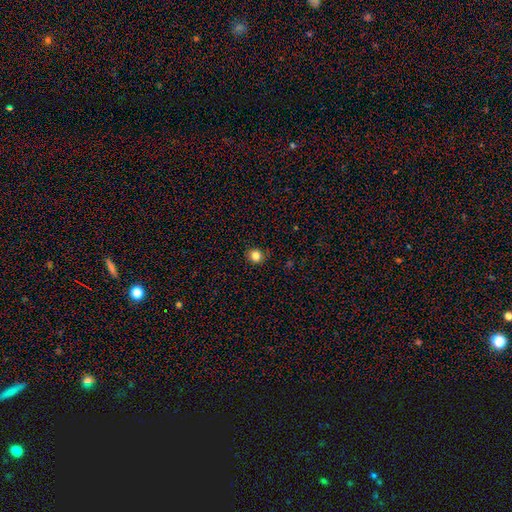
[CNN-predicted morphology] Smooth or featured? Predicted: smooth (p=0.83). How rounded? Predicted: round (p=0.88). Merging? Predicted: none (p=0.89).